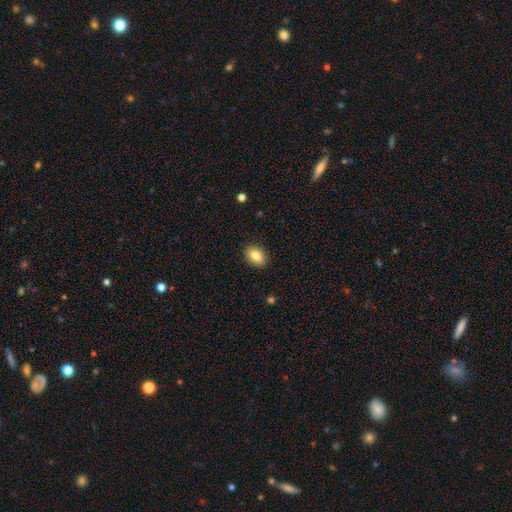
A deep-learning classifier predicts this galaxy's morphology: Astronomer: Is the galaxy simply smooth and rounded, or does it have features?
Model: smooth — 82%.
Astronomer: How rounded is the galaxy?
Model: in between — 79%.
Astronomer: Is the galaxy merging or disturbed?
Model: none — 89%.